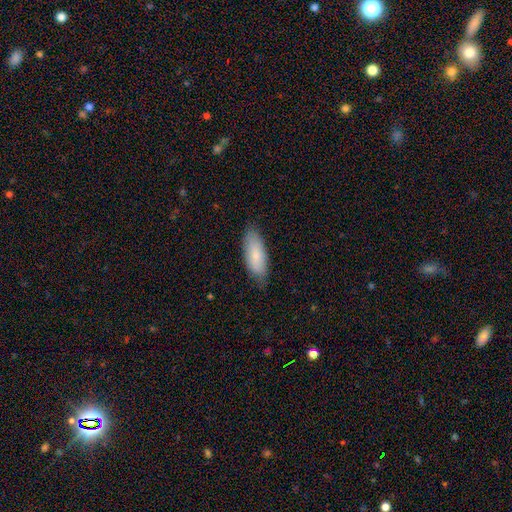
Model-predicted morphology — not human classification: Smooth or featured?
  - smooth: 82% *
  - featured or disk: 12%
  - star or artifact: 6%
How rounded?
  - in between: 73% *
  - cigar-shaped: 25%
  - round: 2%
Merging?
  - none: 77% *
  - minor disturbance: 19%
  - major disturbance: 3%
  - merger: 1%